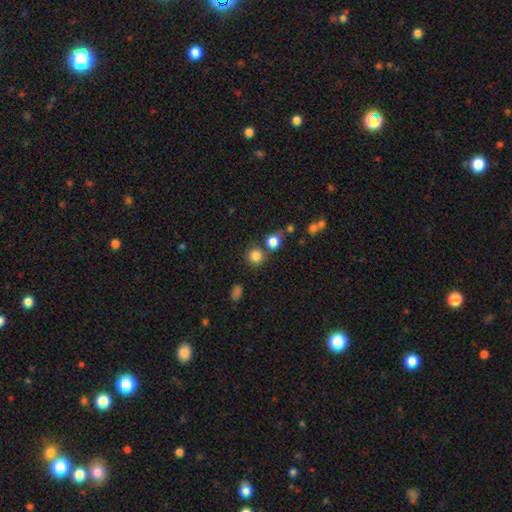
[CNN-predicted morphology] smooth-or-featured: smooth: 82% | star or artifact: 13% | featured or disk: 5%
  how-rounded: round: 91% | in between: 8% | cigar-shaped: 1%
  merging: none: 73% | merger: 16% | minor disturbance: 8% | major disturbance: 3%